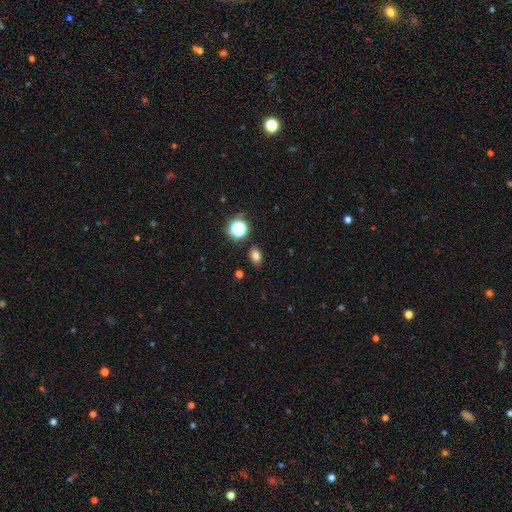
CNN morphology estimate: smooth_or_featured: smooth (p=0.76) [alt: star or artifact p=0.18]
how_rounded: in between (p=0.68) [alt: round p=0.30]
merging: none (p=0.85) [alt: minor disturbance p=0.10]